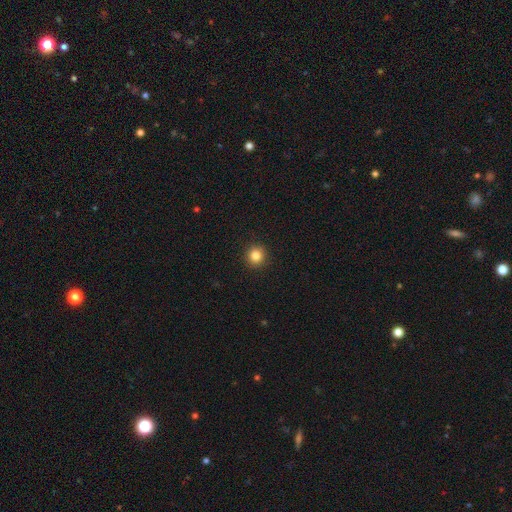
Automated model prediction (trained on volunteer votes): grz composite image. It shows a smooth galaxy with no disk features (84%) that is round (94%). Merging: none (93%).